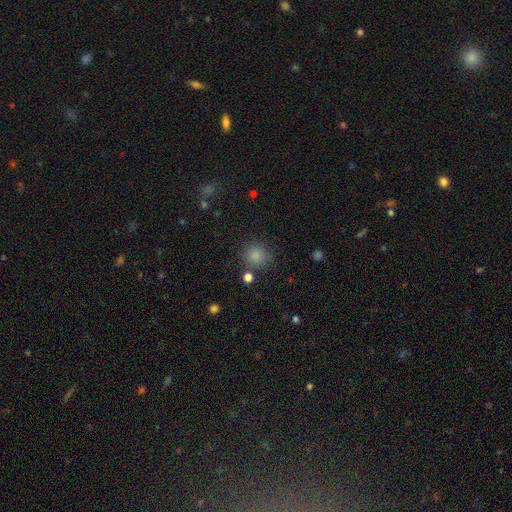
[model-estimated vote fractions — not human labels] Morphology: type=smooth (82%); roundness=round (90%); merging=none (81%).